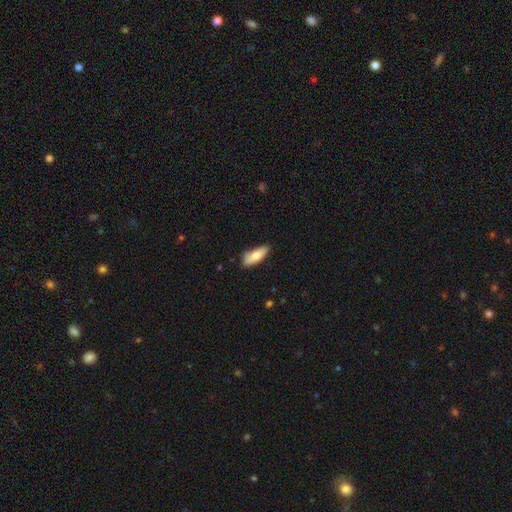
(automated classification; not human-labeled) A smooth galaxy with no disk features (73%) that is in between round and cigar-shaped (66%).

Vote fractions:
- Smooth or featured? smooth: 73% / featured or disk: 21% / star or artifact: 6%
- How rounded? in between: 66% / cigar-shaped: 32% / round: 2%
- Merging? none: 68% / minor disturbance: 24% / major disturbance: 5% / merger: 3%